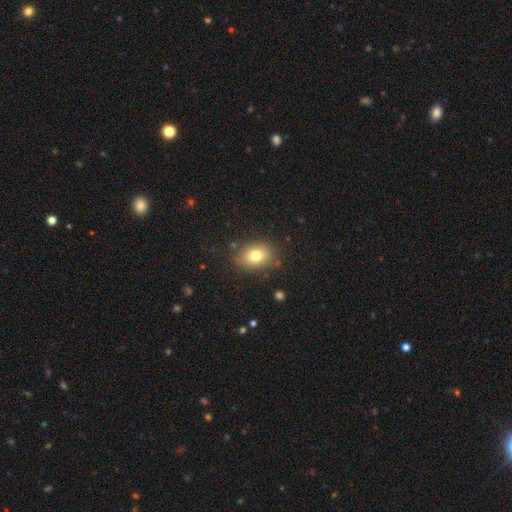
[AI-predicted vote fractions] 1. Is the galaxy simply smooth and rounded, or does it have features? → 78% smooth, 12% featured or disk, 11% star or artifact.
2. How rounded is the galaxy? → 62% in between, 37% round, 1% cigar-shaped.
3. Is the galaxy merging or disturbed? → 83% none, 12% minor disturbance, 4% major disturbance, 2% merger.